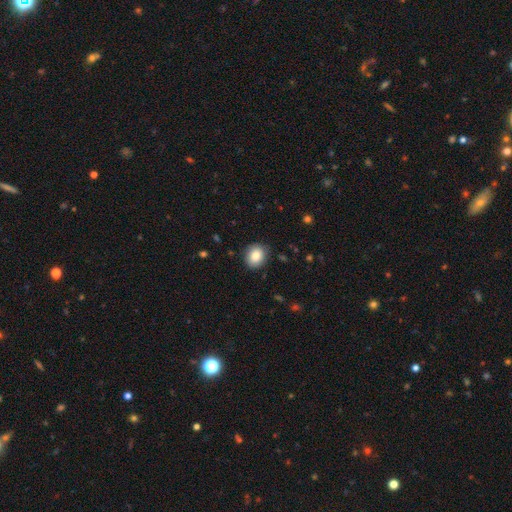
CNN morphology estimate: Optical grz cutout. It shows a smooth galaxy with no disk features (84%) that is round (64%). Merging: none (88%).